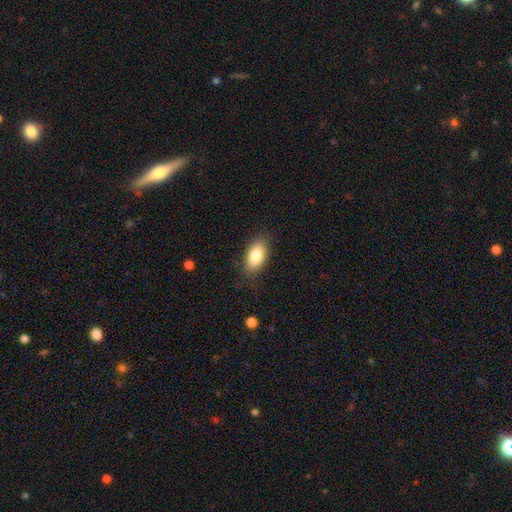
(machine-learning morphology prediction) type=smooth (83%); roundness=in between (92%); merging=none (82%).